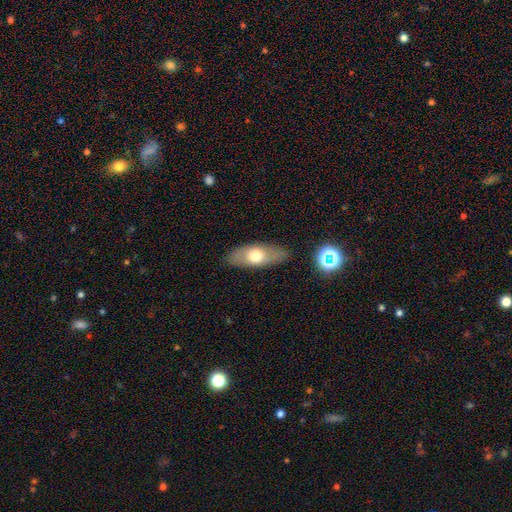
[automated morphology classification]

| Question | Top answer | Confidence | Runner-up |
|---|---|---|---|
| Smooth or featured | smooth | 58% | featured or disk (35%) |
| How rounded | in between | 77% | cigar-shaped (18%) |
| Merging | none | 84% | minor disturbance (11%) |